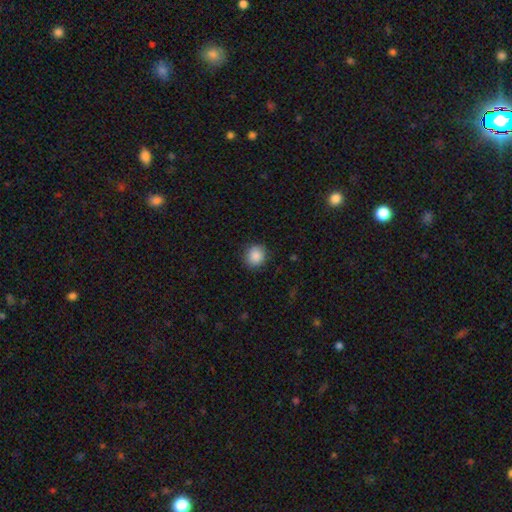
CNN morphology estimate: Smooth or featured? smooth (88%)
How rounded? round (89%)
Merging? none (88%)